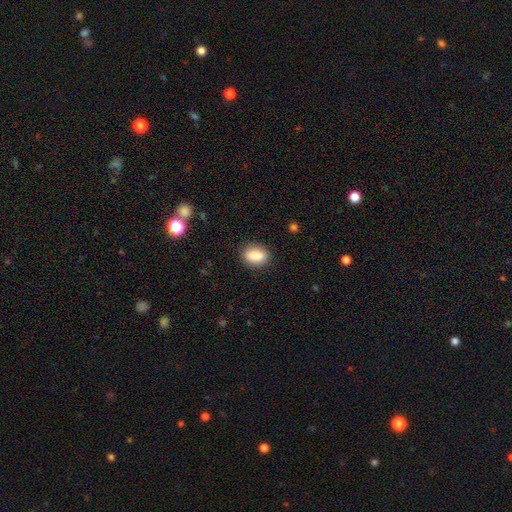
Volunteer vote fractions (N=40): Overall: smooth (98%). How rounded: in between (79%). Merging: none (85%).